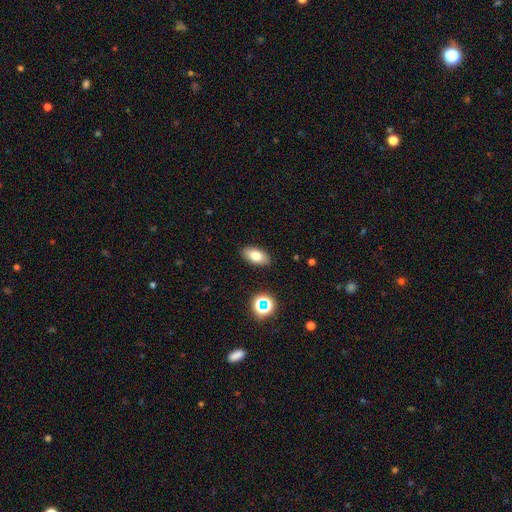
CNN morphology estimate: The model was most divided on "smooth or featured": smooth: 75%, featured or disk: 14%, star or artifact: 10%. More confident: how rounded — in between (90%); merging — none (88%).